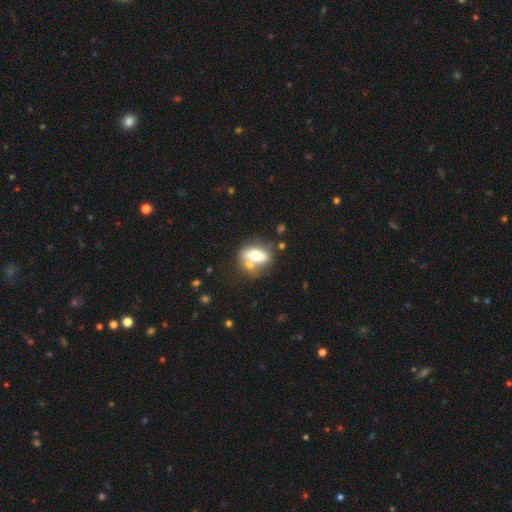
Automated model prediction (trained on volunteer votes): This is likely a smooth galaxy (61%). How rounded: likely in between (75%). Merging: possibly none (49%).